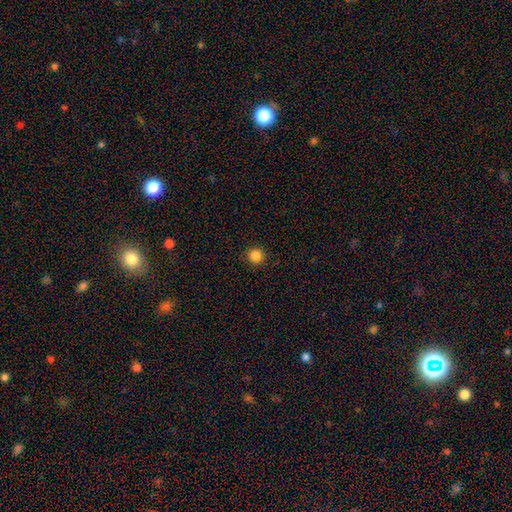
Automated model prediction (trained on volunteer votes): This is clearly a smooth galaxy (85%). How rounded: clearly round (96%). Merging: clearly none (92%).